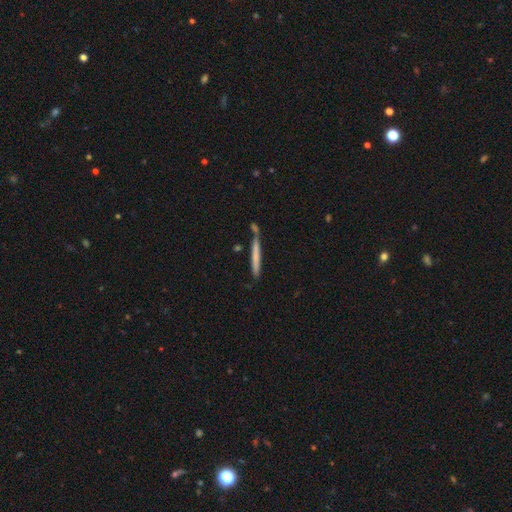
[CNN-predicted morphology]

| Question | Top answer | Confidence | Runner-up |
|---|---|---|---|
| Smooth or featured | smooth | 62% | featured or disk (32%) |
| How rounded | cigar-shaped | 96% | in between (2%) |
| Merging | none | 68% | merger (15%) |